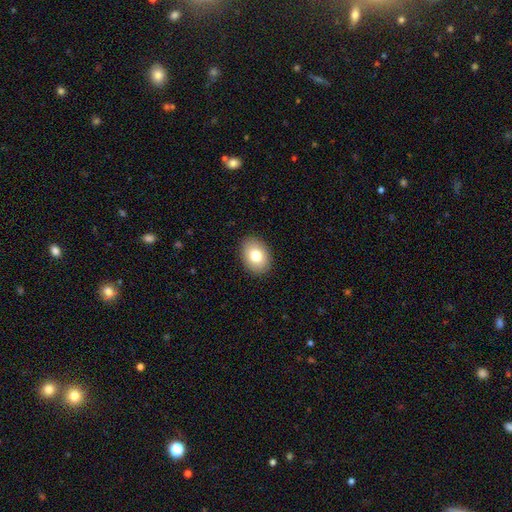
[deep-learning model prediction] Smooth or featured? Predicted: smooth (p=0.80). How rounded? Predicted: in between (p=0.76). Merging? Predicted: none (p=0.89).